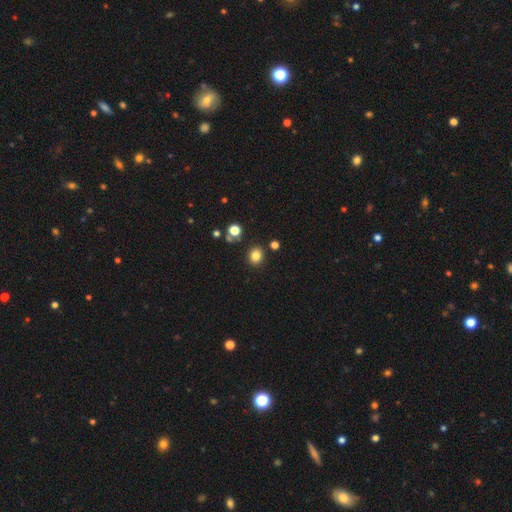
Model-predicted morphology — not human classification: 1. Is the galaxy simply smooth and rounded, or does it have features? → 81% smooth, 13% star or artifact, 5% featured or disk.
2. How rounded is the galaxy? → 69% round, 30% in between, 1% cigar-shaped.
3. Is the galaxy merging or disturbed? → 84% none, 9% minor disturbance, 4% merger, 3% major disturbance.